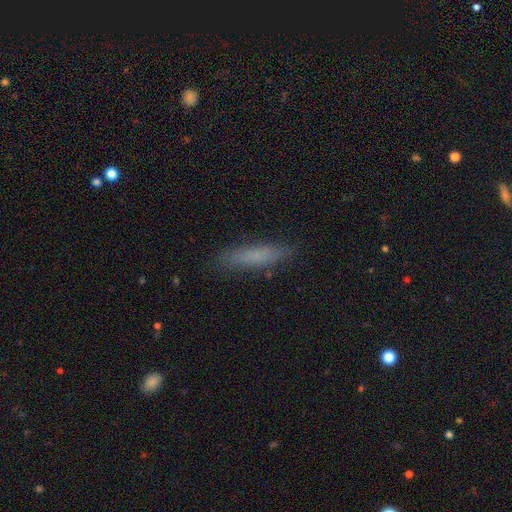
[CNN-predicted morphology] Smooth or featured: smooth — 74% (featured or disk — 17%)
How rounded: cigar-shaped — 84% (in between — 15%)
Merging: none — 87% (minor disturbance — 10%)